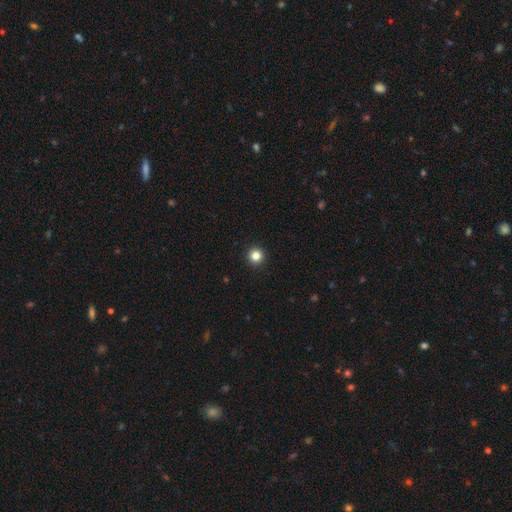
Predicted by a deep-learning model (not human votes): A smooth galaxy with no disk features (83%) that is round (96%).

Vote fractions:
- Smooth or featured? smooth: 83% / star or artifact: 12% / featured or disk: 5%
- How rounded? round: 96% / in between: 3% / cigar-shaped: 1%
- Merging? none: 94% / minor disturbance: 4% / major disturbance: 1% / merger: 1%